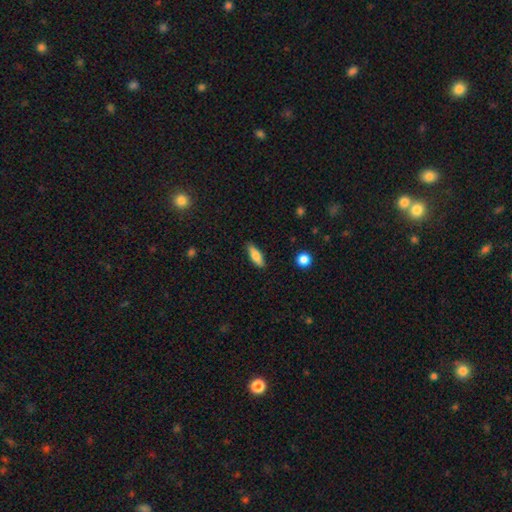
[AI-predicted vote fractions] Smooth or featured? smooth (74%)
How rounded? in between (54%)
Merging? none (87%)